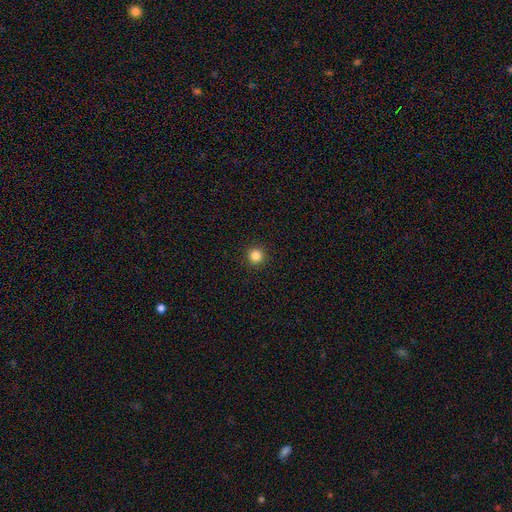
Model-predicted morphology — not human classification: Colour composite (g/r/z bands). It shows a smooth galaxy with no disk features (84%) that is round (96%). Merging: none (93%).